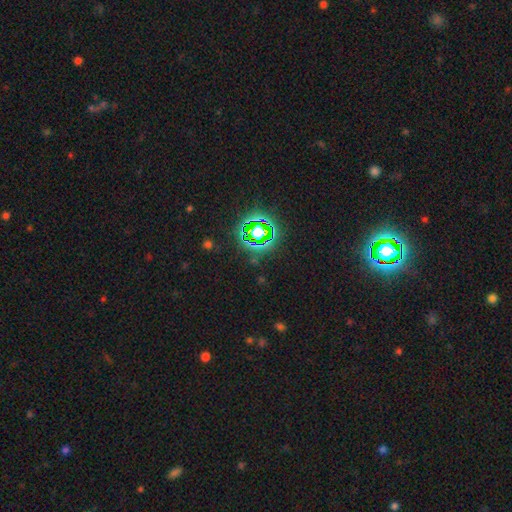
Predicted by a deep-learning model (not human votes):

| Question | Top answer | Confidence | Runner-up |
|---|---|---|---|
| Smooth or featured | star or artifact | 80% | smooth (12%) |